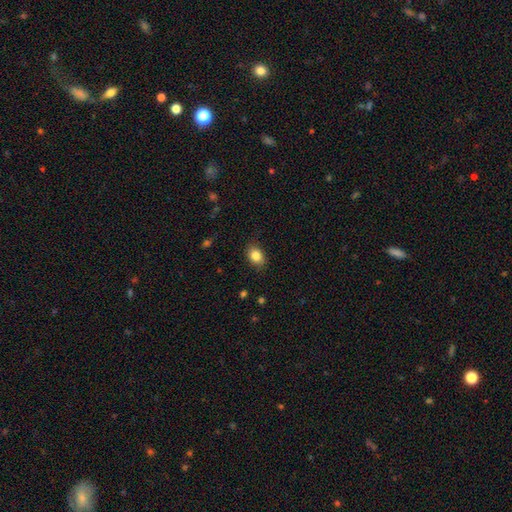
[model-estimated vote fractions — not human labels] smooth_or_featured: smooth (p=0.85) [alt: star or artifact p=0.09]
how_rounded: in between (p=0.69) [alt: round p=0.30]
merging: none (p=0.82) [alt: minor disturbance p=0.14]